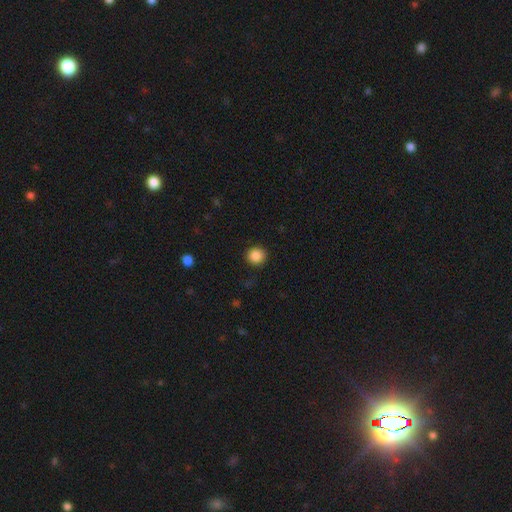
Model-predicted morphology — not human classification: Smooth or featured?
  - smooth: 87% *
  - star or artifact: 10%
  - featured or disk: 3%
How rounded?
  - round: 90% *
  - in between: 9%
  - cigar-shaped: 1%
Merging?
  - none: 90% *
  - minor disturbance: 7%
  - major disturbance: 2%
  - merger: 1%